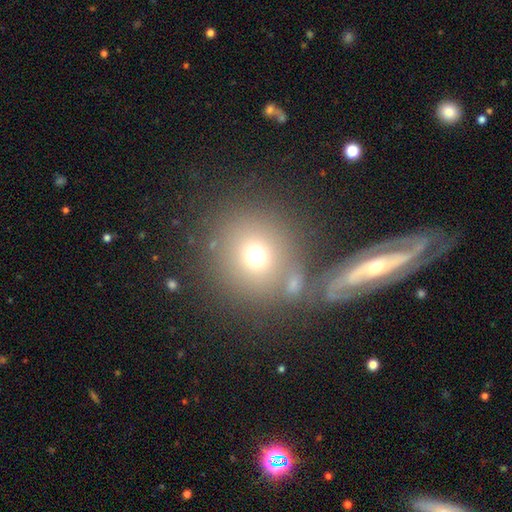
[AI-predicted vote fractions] This appears to be a smooth galaxy with no disk features (70%) that is round (86%). Merging: none (62%).